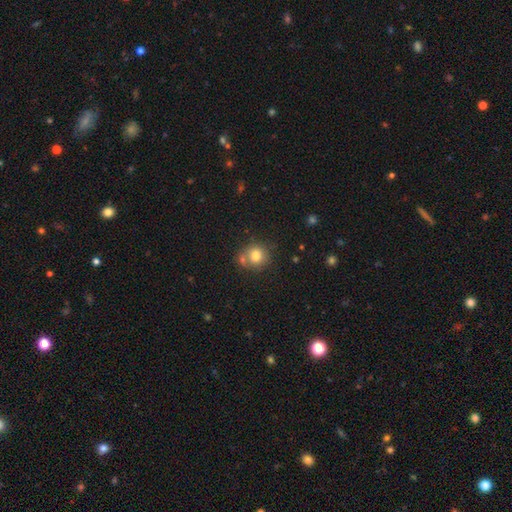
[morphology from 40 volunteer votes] Smooth or featured? 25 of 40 (62%) said smooth. How rounded? 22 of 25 (88%) said round. Merging? 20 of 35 (57%) said none.